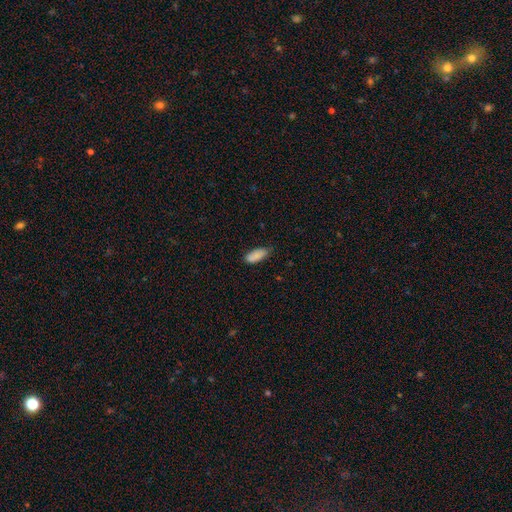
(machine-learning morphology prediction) The model was most divided on "merging": none: 70%, minor disturbance: 25%, major disturbance: 3%, merger: 1%. More confident: smooth or featured — smooth (88%); how rounded — in between (81%).